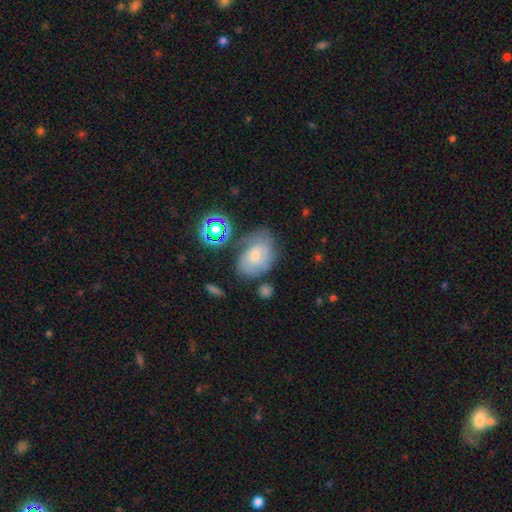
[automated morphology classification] type=smooth (50%); roundness=in between (79%); merging=none (54%).